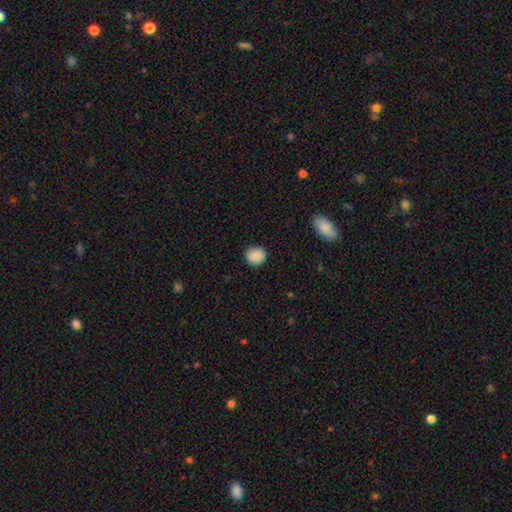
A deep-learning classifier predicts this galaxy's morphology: Smooth or featured?
  - smooth: 88% *
  - star or artifact: 8%
  - featured or disk: 4%
How rounded?
  - round: 78% *
  - in between: 21%
  - cigar-shaped: 1%
Merging?
  - none: 87% *
  - minor disturbance: 9%
  - major disturbance: 2%
  - merger: 1%